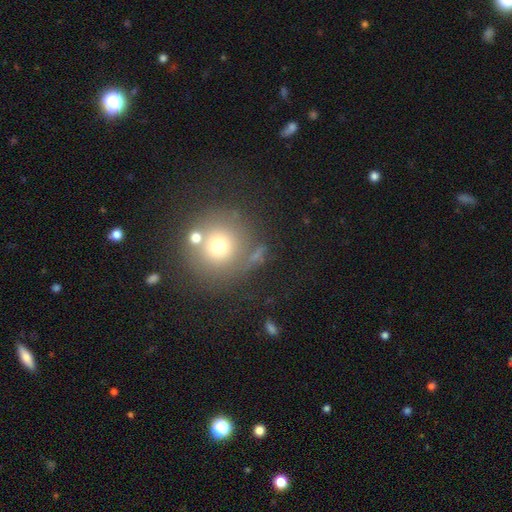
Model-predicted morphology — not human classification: Smooth or featured: smooth — 66% (star or artifact — 17%)
How rounded: round — 93% (in between — 6%)
Merging: none — 69% (merger — 12%)